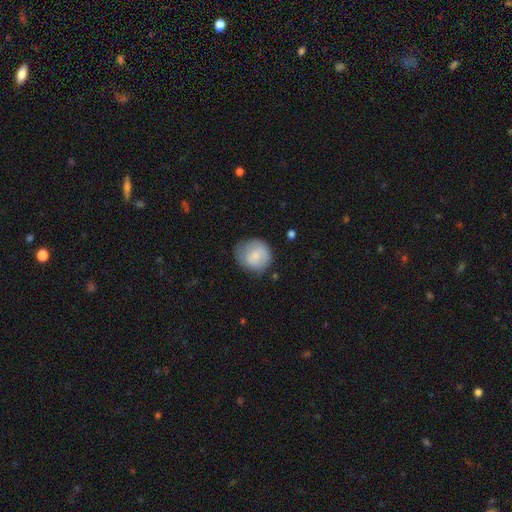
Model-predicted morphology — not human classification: smooth 76%, featured or disk 17%, star or artifact 7%. Down the decision tree: how rounded — round (80%); merging — none (59%).